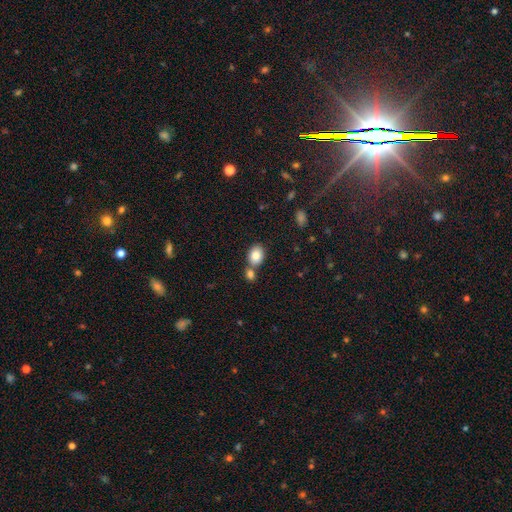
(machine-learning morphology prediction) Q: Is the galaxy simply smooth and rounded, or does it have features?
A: smooth — 84%.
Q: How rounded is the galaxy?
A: in between — 73%.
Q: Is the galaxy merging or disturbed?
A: none — 55%.